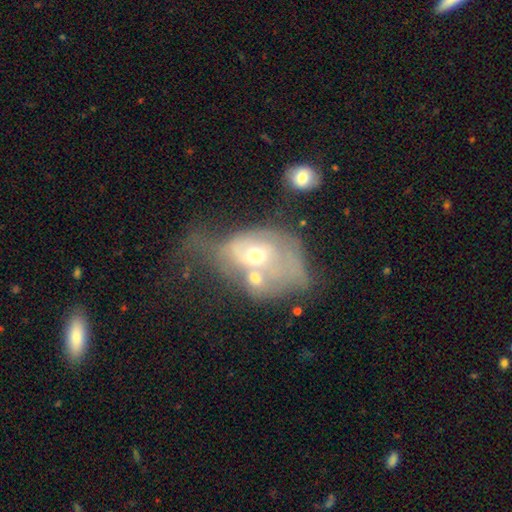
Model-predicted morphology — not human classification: A featured or disk galaxy (55%) with no bar (81%), no spiral arms (64%) and a moderate central bulge (57%). Merging: merger (47%).